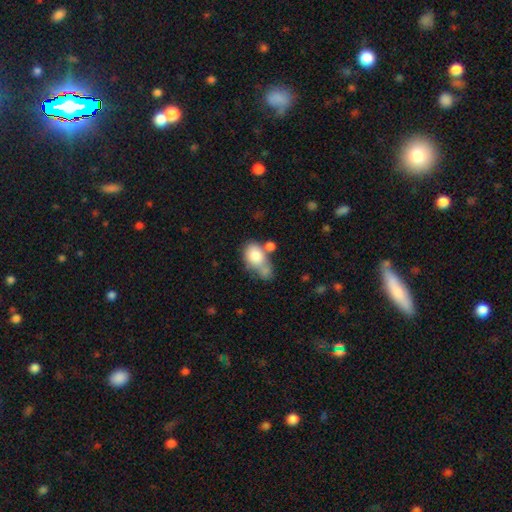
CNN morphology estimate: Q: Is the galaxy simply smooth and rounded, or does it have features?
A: smooth — 77%.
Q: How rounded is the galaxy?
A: in between — 80%.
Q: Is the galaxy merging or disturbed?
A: merger — 41%.